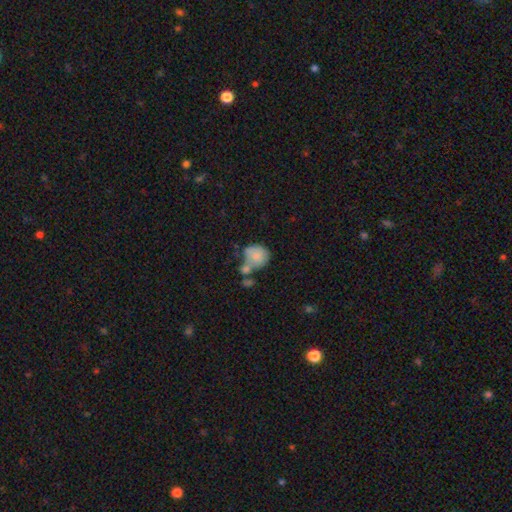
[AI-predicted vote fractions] smooth_or_featured: smooth (p=0.78) [alt: featured or disk p=0.14]
how_rounded: round (p=0.73) [alt: in between p=0.26]
merging: merger (p=0.39) [alt: none p=0.32]